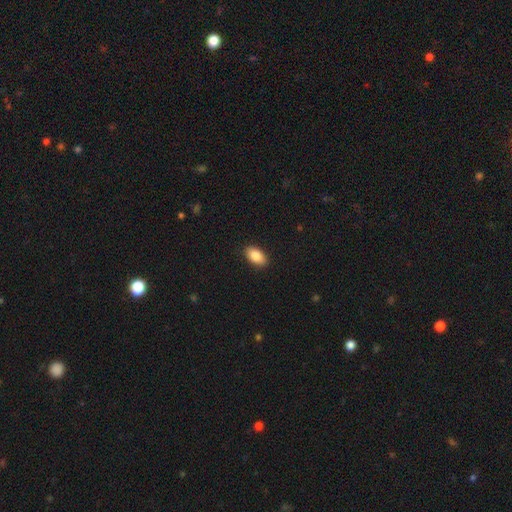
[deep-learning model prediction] Morphology: type=smooth (86%); roundness=in between (93%); merging=none (90%).